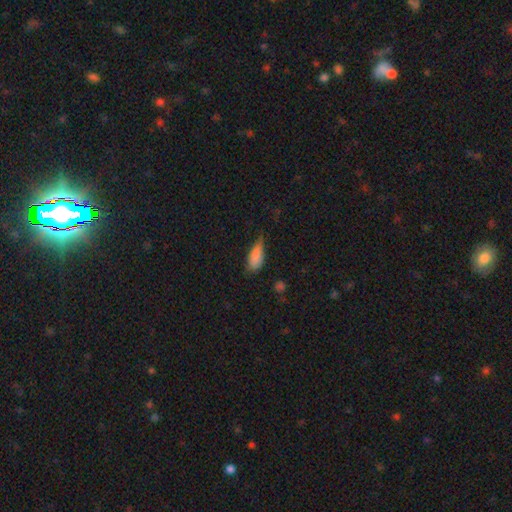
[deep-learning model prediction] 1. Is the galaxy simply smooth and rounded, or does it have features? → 82% smooth, 9% featured or disk, 9% star or artifact.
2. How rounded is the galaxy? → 78% in between, 19% cigar-shaped, 3% round.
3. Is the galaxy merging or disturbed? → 46% minor disturbance, 40% none, 12% major disturbance, 2% merger.